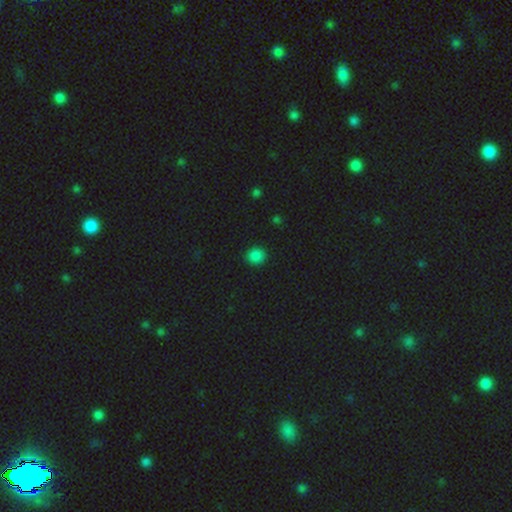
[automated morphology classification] The model was most divided on "smooth or featured": smooth: 85%, star or artifact: 13%, featured or disk: 3%. More confident: merging — none (91%); how rounded — round (87%).